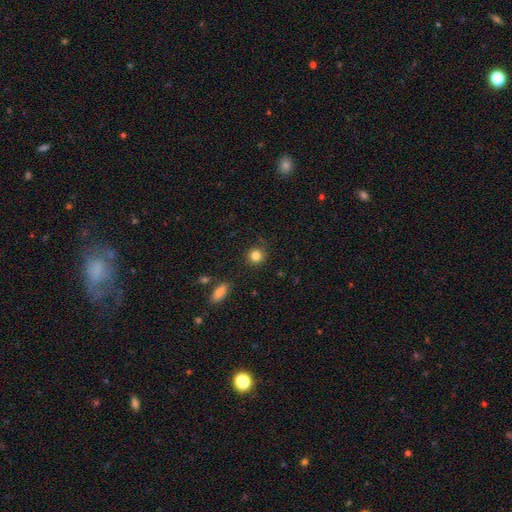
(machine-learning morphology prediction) smooth-or-featured: smooth: 84% | star or artifact: 10% | featured or disk: 5%
  how-rounded: round: 89% | in between: 10% | cigar-shaped: 1%
  merging: none: 85% | minor disturbance: 10% | major disturbance: 3% | merger: 2%